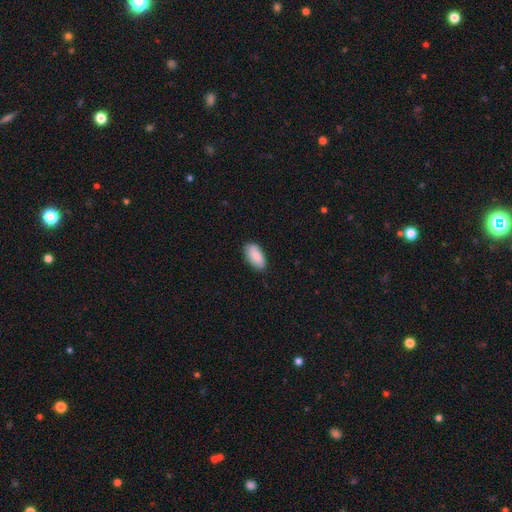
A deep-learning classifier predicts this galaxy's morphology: This is clearly a smooth galaxy (84%). How rounded: clearly in between (93%). Merging: clearly none (81%).